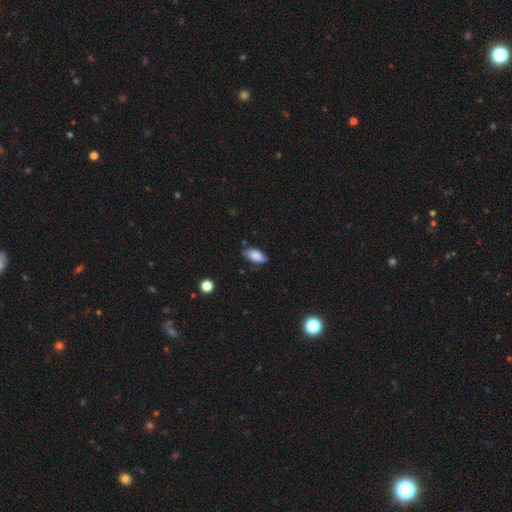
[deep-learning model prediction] A smooth galaxy with no disk features (82%) that is in between round and cigar-shaped (92%).

Vote fractions:
- Smooth or featured? smooth: 82% / featured or disk: 10% / star or artifact: 7%
- How rounded? in between: 92% / cigar-shaped: 5% / round: 3%
- Merging? none: 74% / minor disturbance: 21% / major disturbance: 3% / merger: 2%